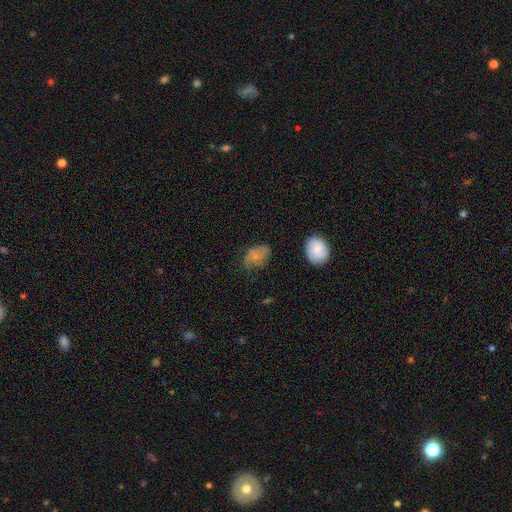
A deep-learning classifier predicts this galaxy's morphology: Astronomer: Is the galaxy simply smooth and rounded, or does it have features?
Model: smooth — 66%.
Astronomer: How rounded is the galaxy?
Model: in between — 76%.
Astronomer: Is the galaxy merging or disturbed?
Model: none — 46% (runner-up: minor disturbance, 33%).